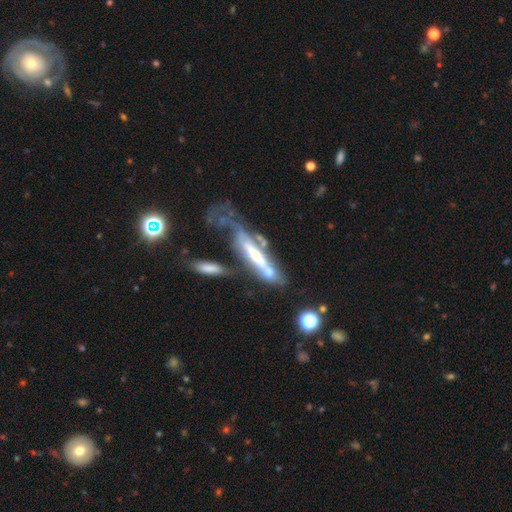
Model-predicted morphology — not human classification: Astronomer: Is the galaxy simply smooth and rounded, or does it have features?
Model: featured or disk — 61%.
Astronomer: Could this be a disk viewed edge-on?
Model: yes — 51% (runner-up: no, 49%).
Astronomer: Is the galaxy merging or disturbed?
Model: merger — 41% (runner-up: major disturbance, 24%).